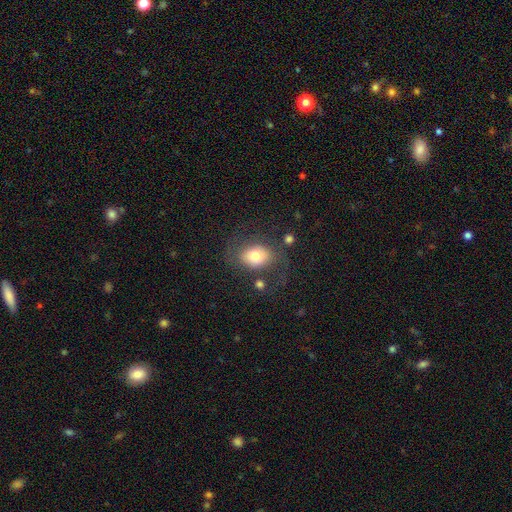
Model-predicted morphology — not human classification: Smooth or featured?
  - smooth: 70% *
  - featured or disk: 21%
  - star or artifact: 9%
How rounded?
  - in between: 59% *
  - round: 40%
  - cigar-shaped: 1%
Merging?
  - none: 59% *
  - minor disturbance: 19%
  - major disturbance: 16%
  - merger: 6%